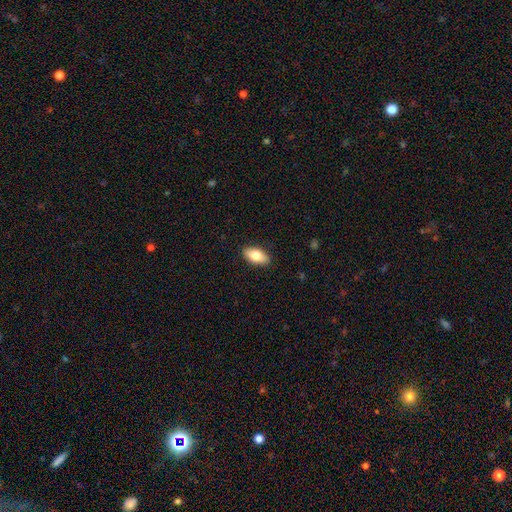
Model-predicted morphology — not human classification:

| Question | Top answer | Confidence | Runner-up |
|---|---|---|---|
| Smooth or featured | smooth | 77% | featured or disk (16%) |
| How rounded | in between | 89% | cigar-shaped (7%) |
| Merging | none | 89% | minor disturbance (8%) |